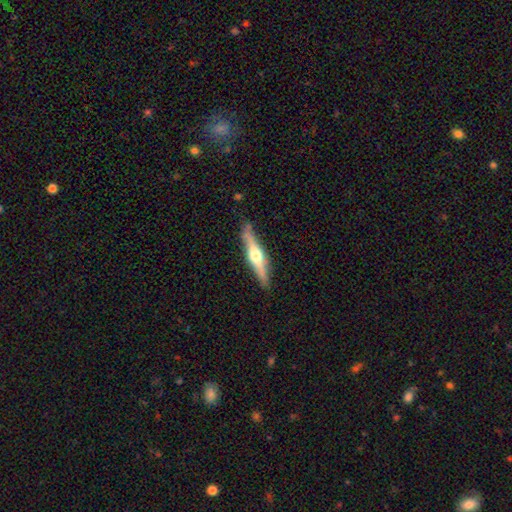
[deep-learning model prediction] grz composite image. It shows a featured or disk galaxy (65%) viewed edge-on (96%) with a rounded central bulge (92%). Merging: none (84%).